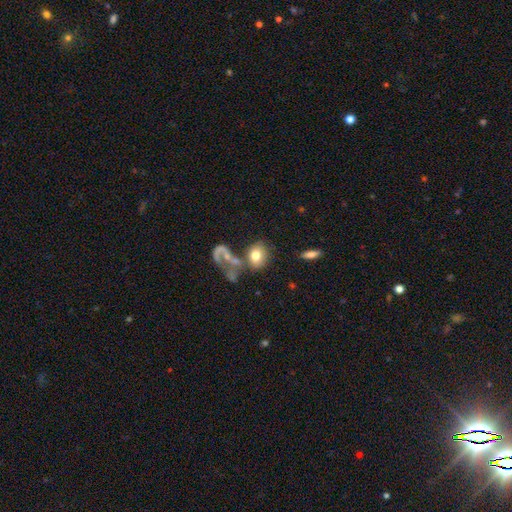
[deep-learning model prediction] This is likely a smooth galaxy (70%). How rounded: possibly in between (53%). Merging: marginally none (44%).